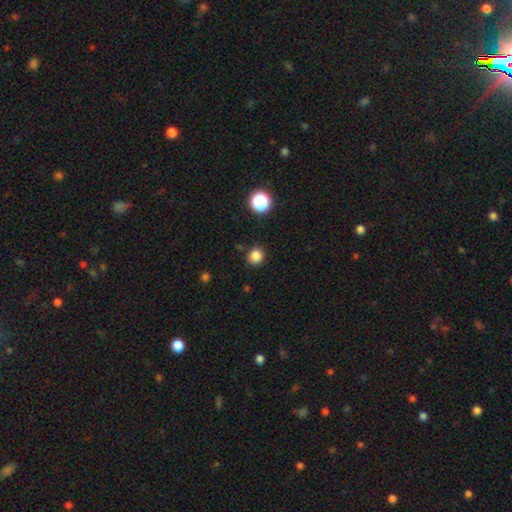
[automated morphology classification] Smooth or featured? Predicted: smooth (p=0.84). How rounded? Predicted: round (p=0.86). Merging? Predicted: none (p=0.89).